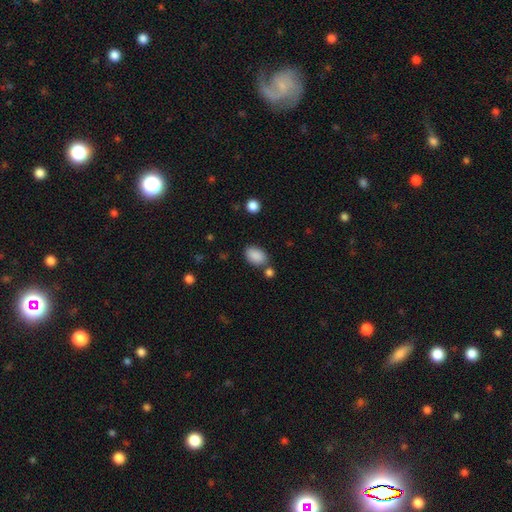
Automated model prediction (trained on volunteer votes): Overall: smooth (89%). How rounded: in between (87%). Merging: none (74%).